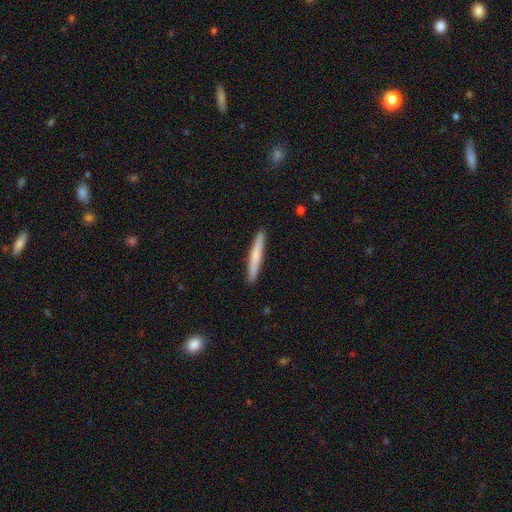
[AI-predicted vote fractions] smooth-or-featured: smooth: 67% | featured or disk: 28% | star or artifact: 5%
  how-rounded: cigar-shaped: 96% | in between: 3% | round: 1%
  merging: none: 92% | minor disturbance: 6% | major disturbance: 1% | merger: 1%